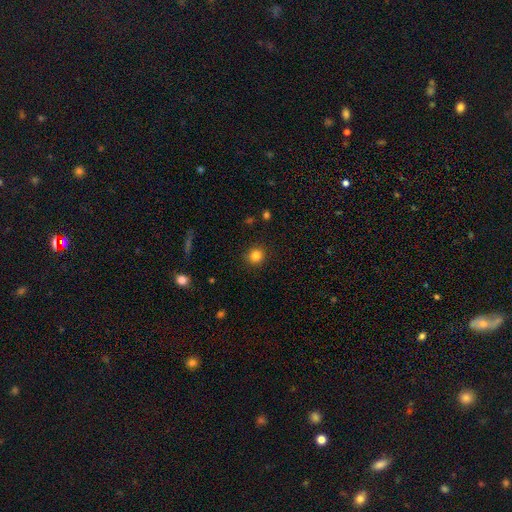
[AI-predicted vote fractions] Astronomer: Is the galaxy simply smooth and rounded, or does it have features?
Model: smooth — 83%.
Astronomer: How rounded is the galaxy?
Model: round — 92%.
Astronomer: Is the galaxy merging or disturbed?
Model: none — 91%.